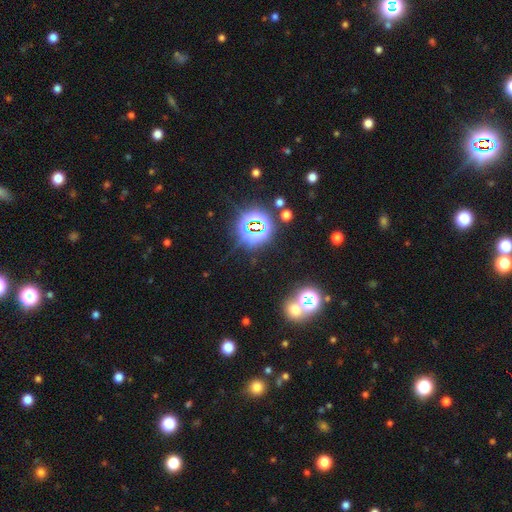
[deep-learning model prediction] Morphology: type=star or artifact (78%).